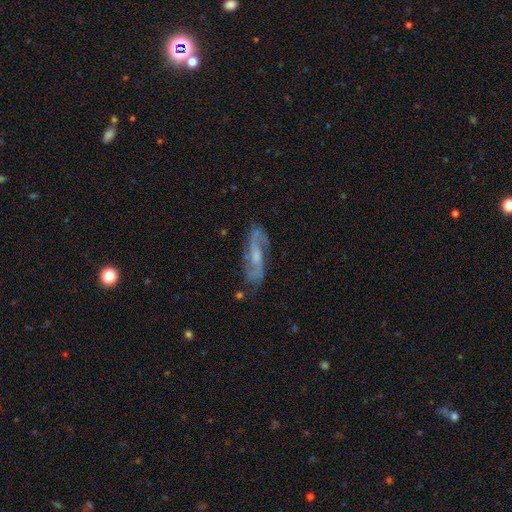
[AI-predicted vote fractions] Smooth or featured? featured or disk (76%)
Edge-on disk? no (81%)
Bar? weak (46%)
Spiral arms? yes (92%)
Spiral winding? medium (44%)
Spiral arm count? 2 (83%)
Bulge size? moderate (44%)
Merging? none (75%)